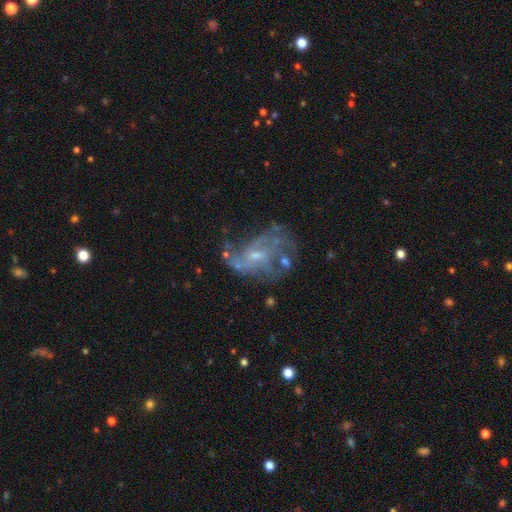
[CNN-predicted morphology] smooth-or-featured: featured or disk: 73% | smooth: 14% | star or artifact: 13%
  disk-edge-on: no: 97% | yes: 3%
    bar: no: 54% | weak: 38% | strong: 8%
    has-spiral-arms: yes: 58% | no: 42%
    bulge-size: small: 61% | moderate: 24% | none: 12% | large: 1% | dominant: 1%
  merging: none: 40% | major disturbance: 33% | minor disturbance: 19% | merger: 8%